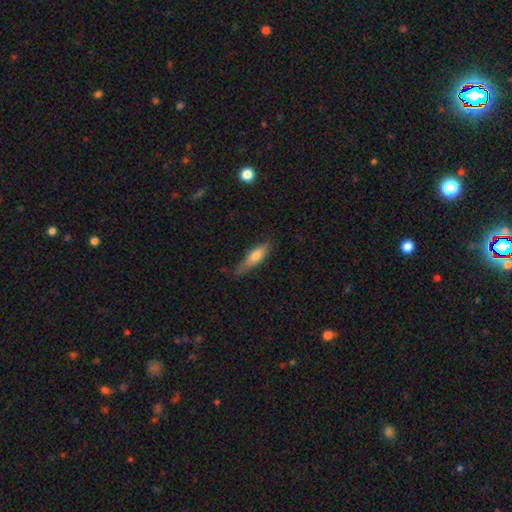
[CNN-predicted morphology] This is likely a smooth galaxy (68%). How rounded: possibly cigar-shaped (54%). Merging: possibly none (59%).